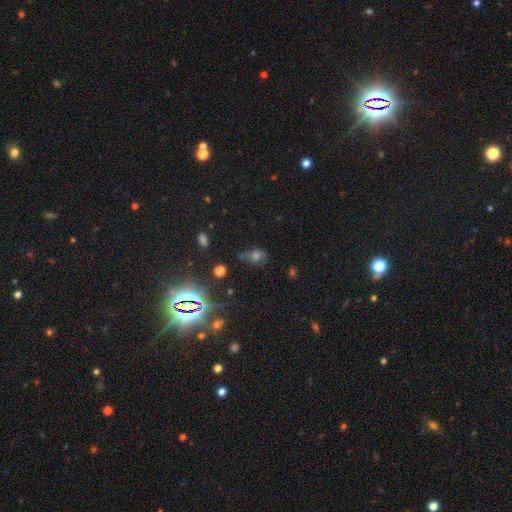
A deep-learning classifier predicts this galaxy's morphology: The model was most divided on "smooth or featured": smooth: 43%, star or artifact: 41%, featured or disk: 16%. More confident: merging — none (52%).